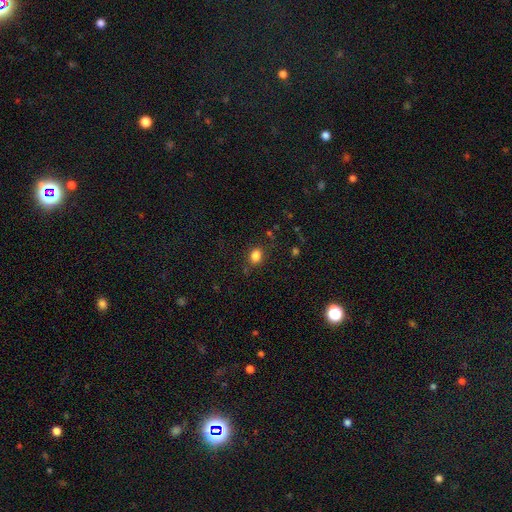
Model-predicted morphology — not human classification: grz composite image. It shows a smooth galaxy with no disk features (83%) that is round (52%). Merging: none (81%).